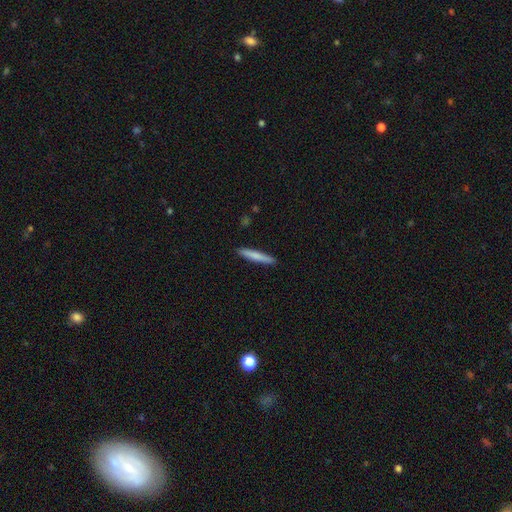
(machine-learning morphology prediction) smooth 76%, featured or disk 18%, star or artifact 5%. Down the decision tree: how rounded — cigar-shaped (94%); merging — none (91%).